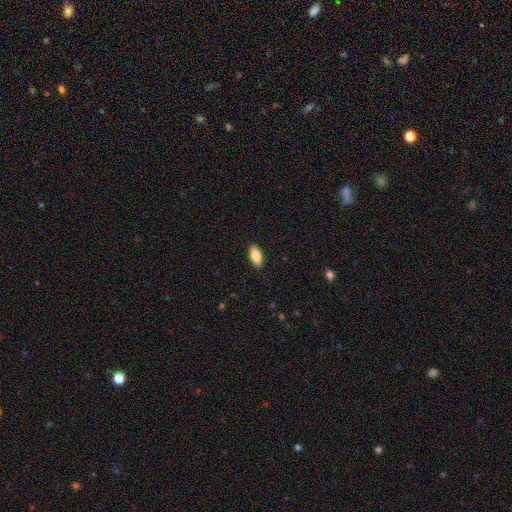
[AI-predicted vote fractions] smooth_or_featured: smooth (p=0.83) [alt: featured or disk p=0.11]
how_rounded: in between (p=0.88) [alt: cigar-shaped p=0.10]
merging: none (p=0.90) [alt: minor disturbance p=0.08]